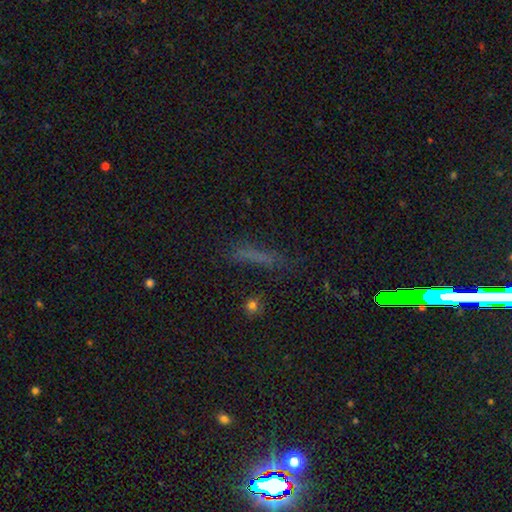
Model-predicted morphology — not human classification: Smooth or featured: smooth — 52% (star or artifact — 29%)
How rounded: cigar-shaped — 84% (in between — 12%)
Merging: none — 68% (minor disturbance — 19%)